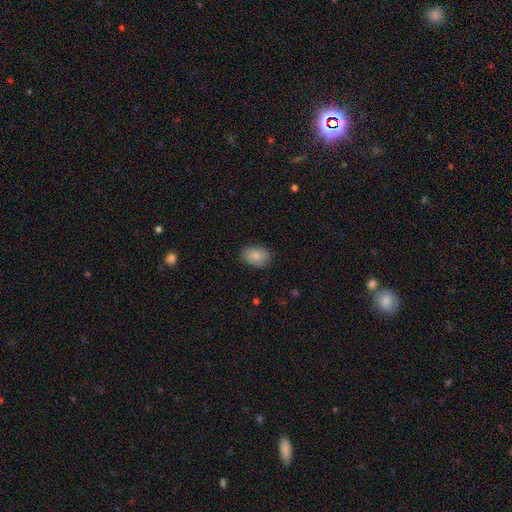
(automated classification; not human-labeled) Overall: smooth (85%). How rounded: in between (79%). Merging: none (82%).